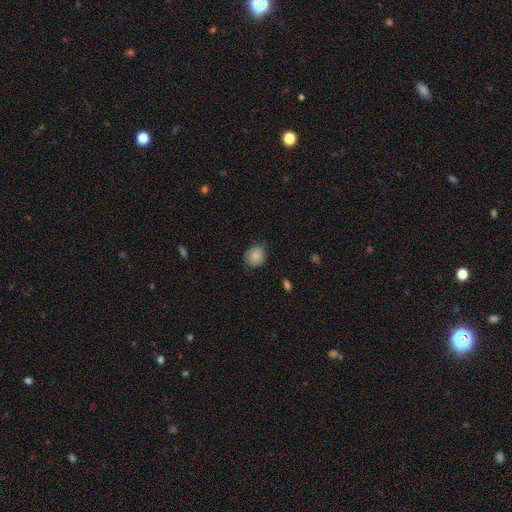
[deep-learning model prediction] smooth-or-featured: smooth: 81% | featured or disk: 11% | star or artifact: 8%
  how-rounded: round: 82% | in between: 17% | cigar-shaped: 1%
  merging: none: 71% | minor disturbance: 23% | major disturbance: 5% | merger: 1%